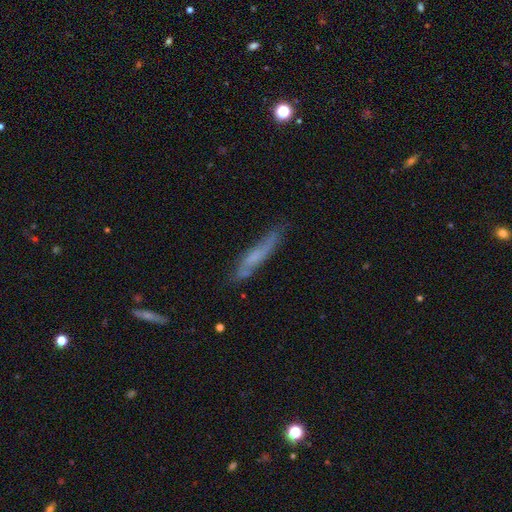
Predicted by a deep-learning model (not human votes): featured or disk 46% (tied), smooth 46% (tied), star or artifact 8%. Down the decision tree: merging — none (68%).